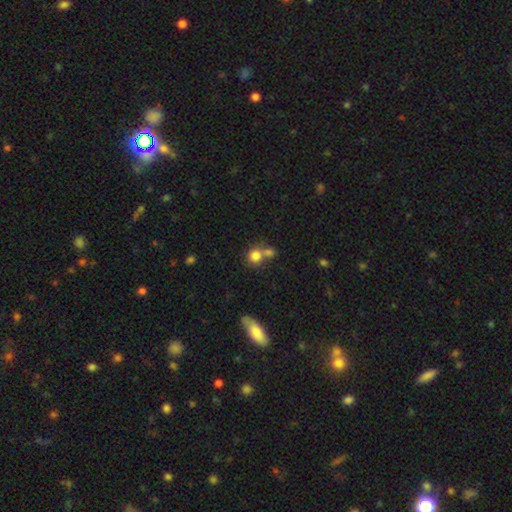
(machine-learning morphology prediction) smooth-or-featured: smooth: 81% | star or artifact: 10% | featured or disk: 9%
  how-rounded: round: 85% | in between: 14% | cigar-shaped: 1%
  merging: none: 47% | merger: 40% | minor disturbance: 9% | major disturbance: 4%